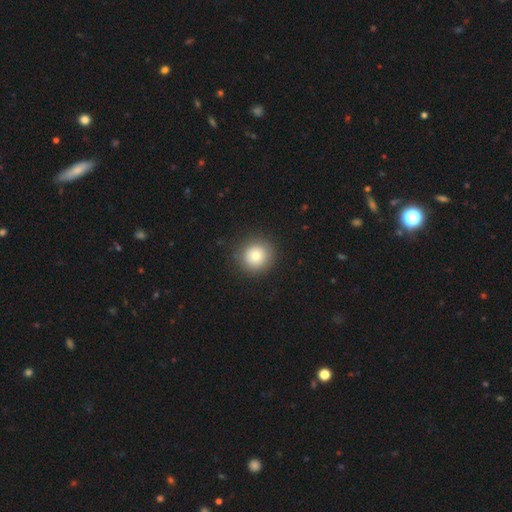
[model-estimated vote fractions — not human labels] This appears to be a smooth galaxy with no disk features (76%) that is round (94%). Merging: none (89%).